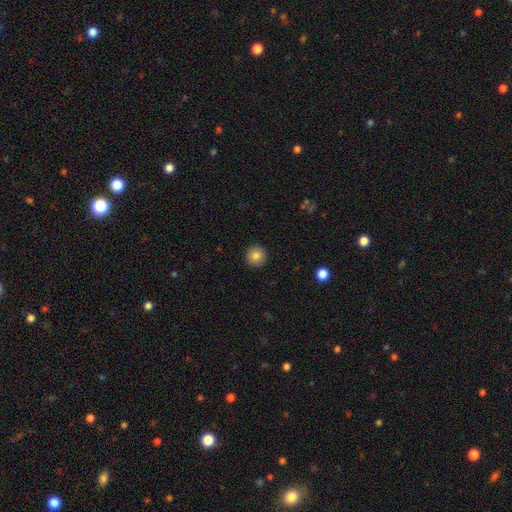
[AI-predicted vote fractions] Smooth or featured: smooth — 84% (star or artifact — 10%)
How rounded: round — 96% (in between — 3%)
Merging: none — 93% (minor disturbance — 5%)